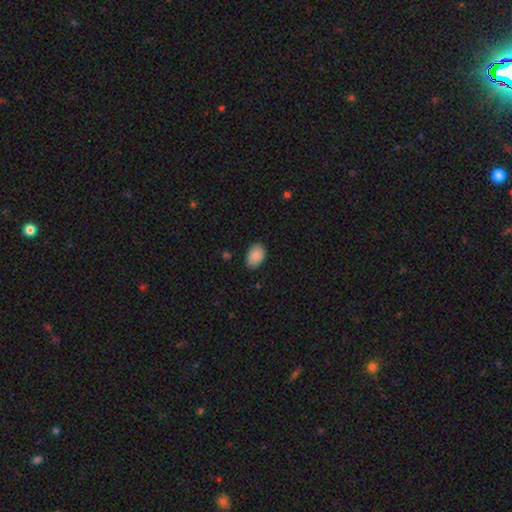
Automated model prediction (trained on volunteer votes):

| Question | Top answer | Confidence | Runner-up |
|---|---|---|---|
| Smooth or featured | smooth | 90% | star or artifact (7%) |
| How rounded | in between | 88% | round (11%) |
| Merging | none | 82% | minor disturbance (14%) |